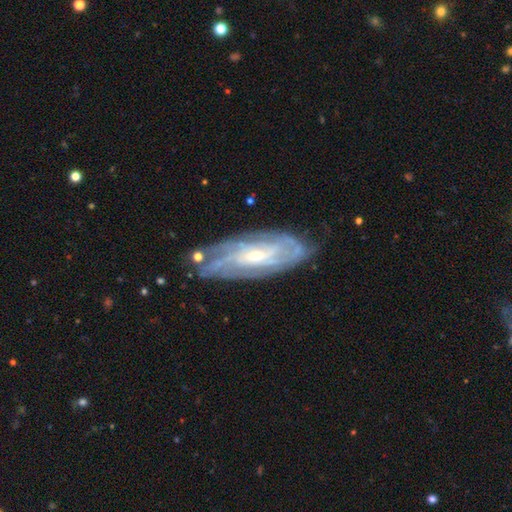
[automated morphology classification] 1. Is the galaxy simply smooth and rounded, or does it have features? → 84% featured or disk, 10% smooth, 6% star or artifact.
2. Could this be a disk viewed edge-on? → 86% no, 14% yes.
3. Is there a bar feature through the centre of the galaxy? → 53% no, 35% weak, 12% strong.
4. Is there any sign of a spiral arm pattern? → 94% yes, 6% no.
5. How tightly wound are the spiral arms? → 67% tight, 27% medium, 6% loose.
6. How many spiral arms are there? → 41% can't tell, 20% 4, 15% 3, 10% 2, 10% more than 4, 4% 1.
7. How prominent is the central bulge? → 57% small, 38% moderate, 2% large, 2% none, 1% dominant.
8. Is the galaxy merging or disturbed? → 76% none, 17% minor disturbance, 5% major disturbance, 2% merger.